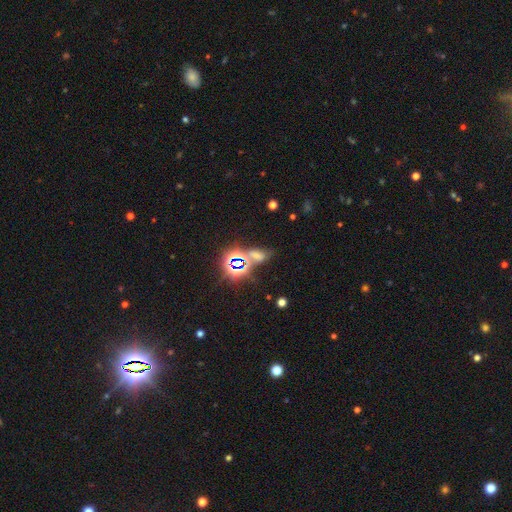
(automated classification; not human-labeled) Smooth or featured?
  - star or artifact: 57% *
  - smooth: 32%
  - featured or disk: 11%